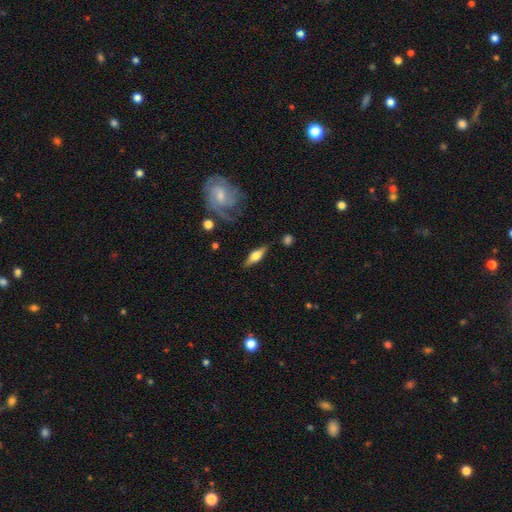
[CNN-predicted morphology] smooth_or_featured: featured or disk (p=0.54) [alt: smooth p=0.40]
disk_edge_on: yes (p=0.88) [alt: no p=0.12]
merging: none (p=0.81) [alt: minor disturbance p=0.13]